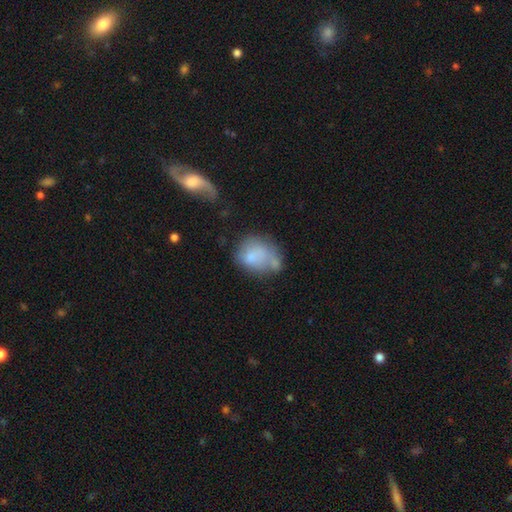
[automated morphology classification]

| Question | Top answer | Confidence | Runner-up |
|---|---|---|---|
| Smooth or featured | smooth | 64% | featured or disk (26%) |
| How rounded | in between | 50% | round (48%) |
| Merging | none | 31% | merger (28%) |